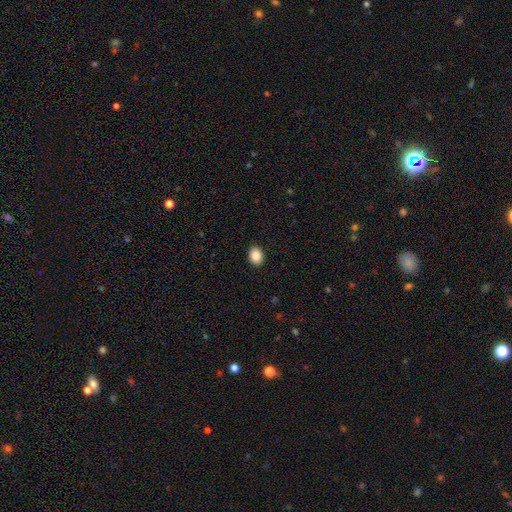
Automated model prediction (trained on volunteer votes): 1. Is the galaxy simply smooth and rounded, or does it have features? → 87% smooth, 8% star or artifact, 4% featured or disk.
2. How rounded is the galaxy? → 64% in between, 36% round, 1% cigar-shaped.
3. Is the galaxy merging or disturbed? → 91% none, 6% minor disturbance, 2% major disturbance, 1% merger.